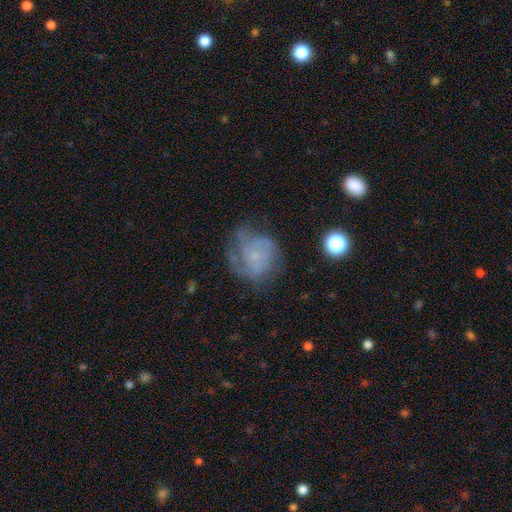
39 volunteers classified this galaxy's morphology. Smooth or featured? smooth (49%)
How rounded? round (74%)
Merging? none (61%)